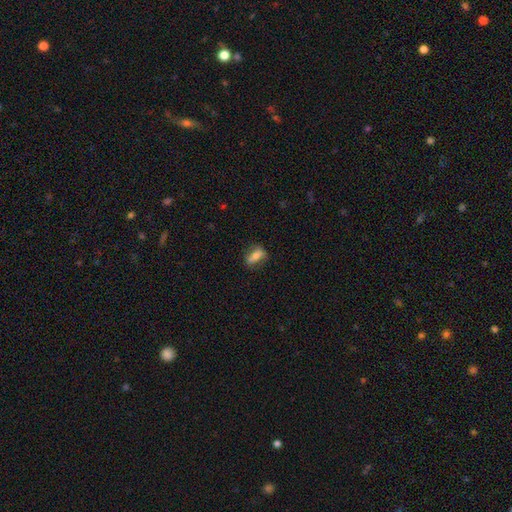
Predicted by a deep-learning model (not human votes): A smooth galaxy with no disk features (63%) that is in between round and cigar-shaped (74%).

Vote fractions:
- Smooth or featured? smooth: 63% / featured or disk: 28% / star or artifact: 9%
- How rounded? in between: 74% / cigar-shaped: 17% / round: 9%
- Merging? none: 71% / minor disturbance: 20% / major disturbance: 7% / merger: 2%